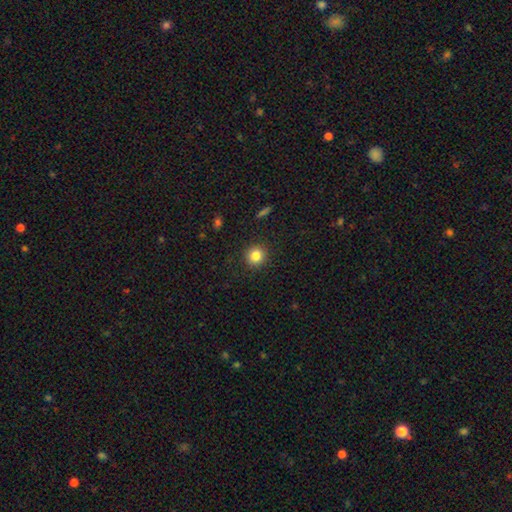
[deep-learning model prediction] Morphology: type=smooth (83%); roundness=round (92%); merging=none (91%).